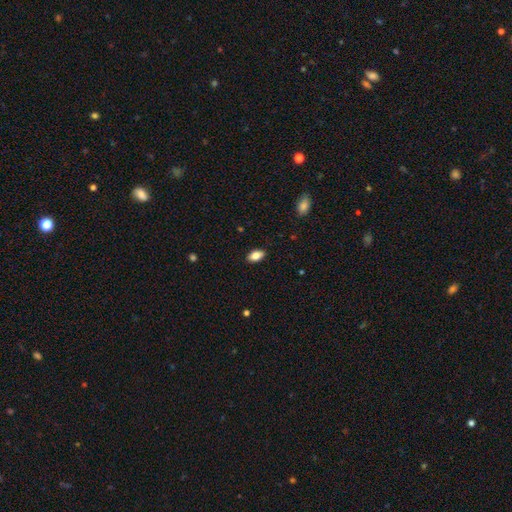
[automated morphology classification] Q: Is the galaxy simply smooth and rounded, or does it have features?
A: smooth — 84%.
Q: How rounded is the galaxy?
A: in between — 92%.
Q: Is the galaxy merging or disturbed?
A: none — 88%.